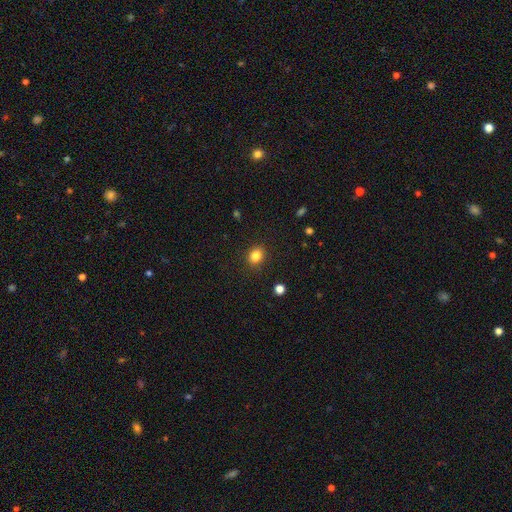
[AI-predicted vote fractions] smooth 84%, star or artifact 11%, featured or disk 5%. Down the decision tree: how rounded — round (60%); merging — none (89%).